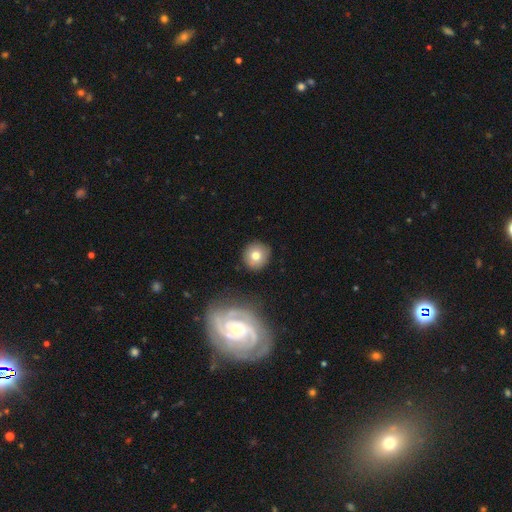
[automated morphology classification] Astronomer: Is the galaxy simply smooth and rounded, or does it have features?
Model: smooth — 72%.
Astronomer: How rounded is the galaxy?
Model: round — 91%.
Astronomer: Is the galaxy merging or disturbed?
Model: none — 86%.